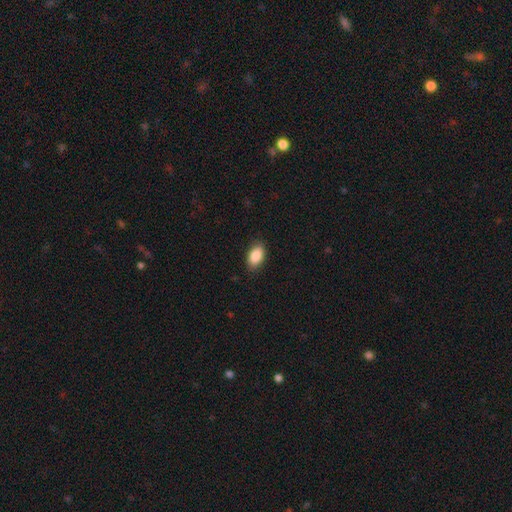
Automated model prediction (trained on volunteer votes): The model was most divided on "merging": none: 87%, minor disturbance: 10%, major disturbance: 2%, merger: 1%. More confident: how rounded — in between (92%); smooth or featured — smooth (88%).